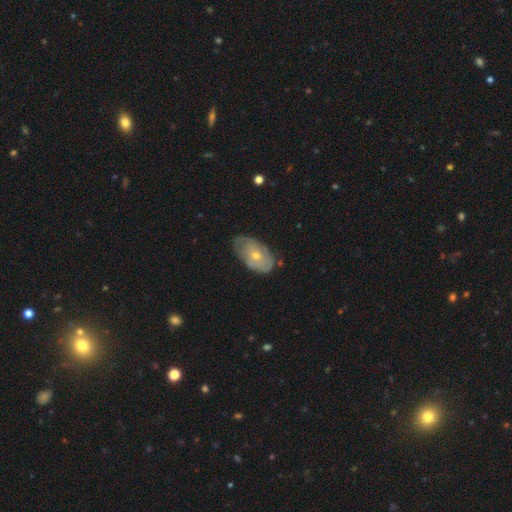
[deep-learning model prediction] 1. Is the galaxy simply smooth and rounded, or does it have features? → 59% featured or disk, 34% smooth, 7% star or artifact.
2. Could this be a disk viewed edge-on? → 92% no, 8% yes.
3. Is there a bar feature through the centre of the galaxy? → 85% no, 13% weak, 3% strong.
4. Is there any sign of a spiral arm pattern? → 62% yes, 38% no.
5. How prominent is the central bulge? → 52% small, 45% moderate, 1% large, 1% none, 1% dominant.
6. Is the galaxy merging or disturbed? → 64% none, 28% minor disturbance, 7% major disturbance, 1% merger.